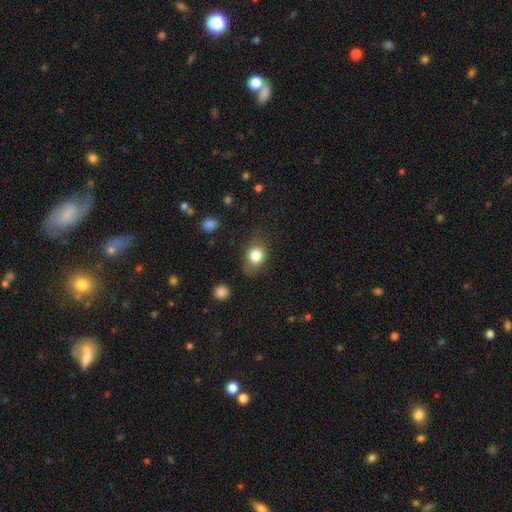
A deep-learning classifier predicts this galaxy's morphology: Q: Smooth or featured?
A: smooth (81%); runner-up: featured or disk (10%)
Q: How rounded?
A: in between (58%); runner-up: round (41%)
Q: Merging?
A: none (73%); runner-up: minor disturbance (19%)